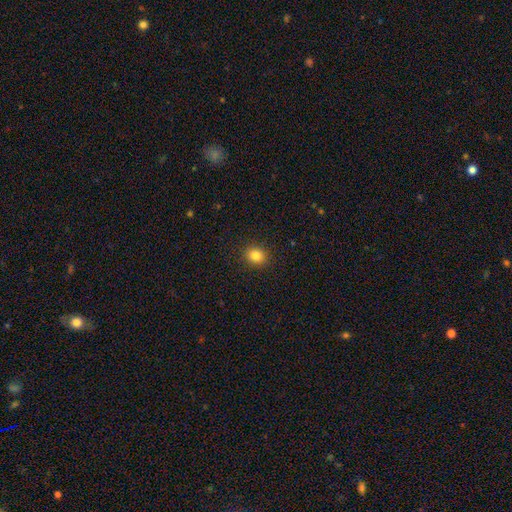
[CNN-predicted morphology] Q: Smooth or featured?
A: smooth (83%); runner-up: star or artifact (12%)
Q: How rounded?
A: round (77%); runner-up: in between (22%)
Q: Merging?
A: none (91%); runner-up: minor disturbance (6%)